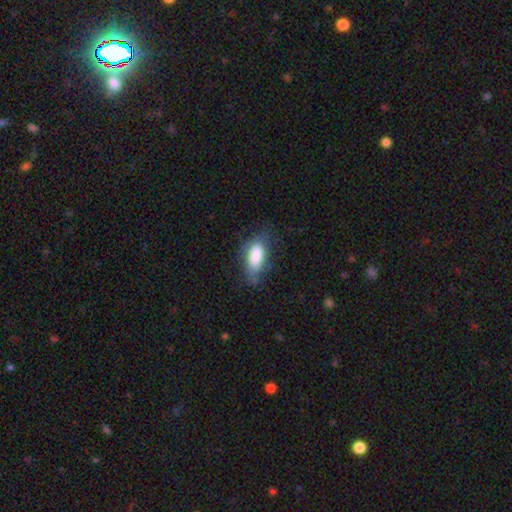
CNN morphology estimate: Smooth or featured: smooth — 79% (featured or disk — 14%)
How rounded: in between — 87% (cigar-shaped — 10%)
Merging: none — 56% (minor disturbance — 29%)